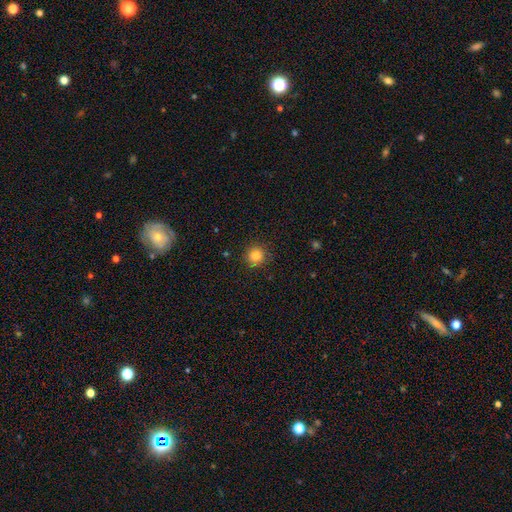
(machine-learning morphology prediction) A smooth galaxy with no disk features (84%) that is round (93%).

Vote fractions:
- Smooth or featured? smooth: 84% / star or artifact: 11% / featured or disk: 5%
- How rounded? round: 93% / in between: 6% / cigar-shaped: 1%
- Merging? none: 89% / minor disturbance: 8% / major disturbance: 2% / merger: 1%